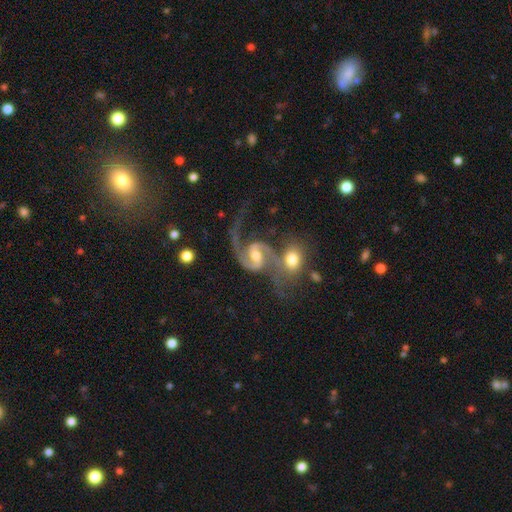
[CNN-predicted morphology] Smooth or featured? Predicted: featured or disk (p=0.91). Edge-on disk? Predicted: no (p=0.98). Bar? Predicted: weak (p=0.49). Spiral arms? Predicted: yes (p=0.98). Spiral winding? Predicted: medium (p=0.48). Spiral arm count? Predicted: 2 (p=0.92). Bulge size? Predicted: moderate (p=0.61). Merging? Predicted: merger (p=0.43).